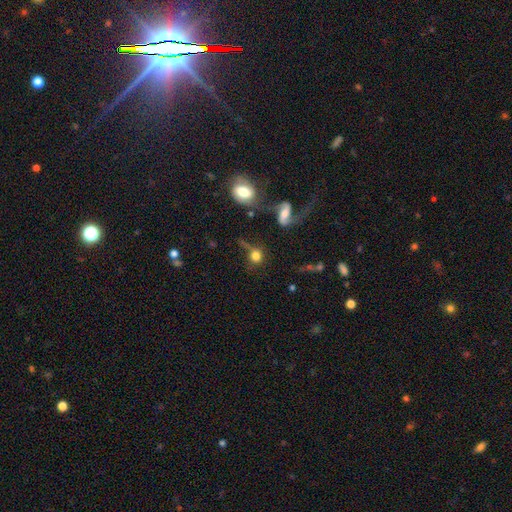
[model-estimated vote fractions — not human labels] Smooth or featured? smooth (70%)
How rounded? round (82%)
Merging? none (44%)